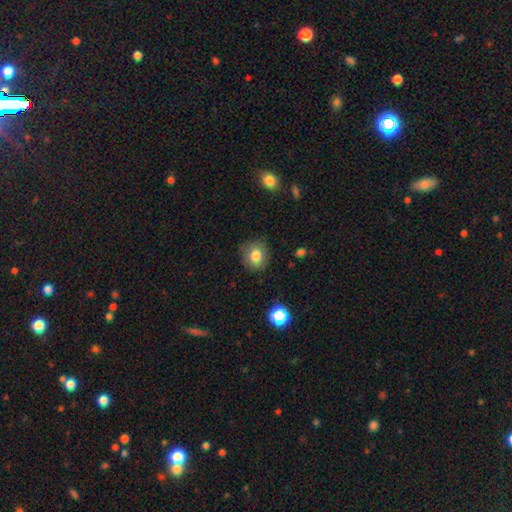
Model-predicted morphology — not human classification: A smooth galaxy with no disk features (81%) that is round (75%).

Vote fractions:
- Smooth or featured? smooth: 81% / star or artifact: 10% / featured or disk: 9%
- How rounded? round: 75% / in between: 25% / cigar-shaped: 1%
- Merging? none: 81% / minor disturbance: 14% / major disturbance: 4% / merger: 1%